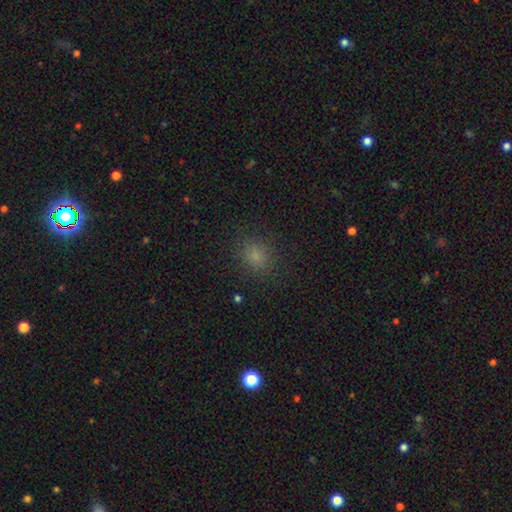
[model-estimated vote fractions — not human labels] A smooth galaxy with no disk features (79%) that is round (74%). Merging: none (86%).